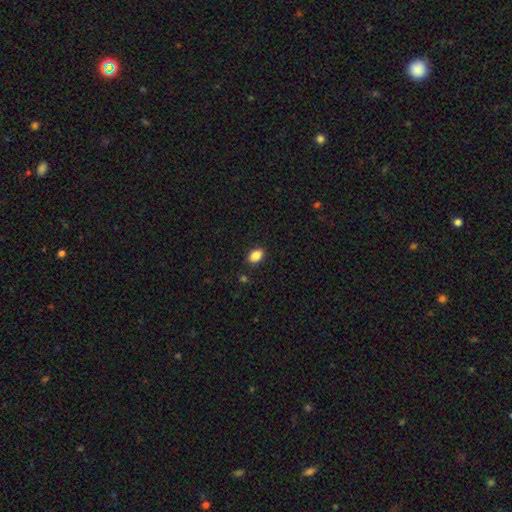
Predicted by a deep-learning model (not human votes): A smooth galaxy with no disk features (87%) that is in between round and cigar-shaped (85%). Merging: none (88%).